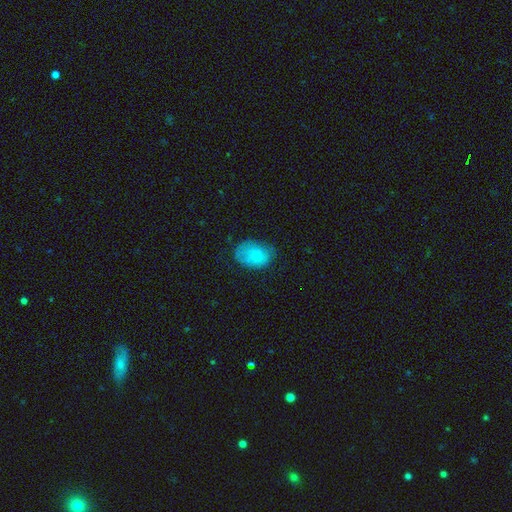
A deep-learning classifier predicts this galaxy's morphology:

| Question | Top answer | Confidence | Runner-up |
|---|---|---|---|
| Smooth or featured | smooth | 74% | featured or disk (18%) |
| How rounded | in between | 75% | round (24%) |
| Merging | none | 55% | minor disturbance (32%) |